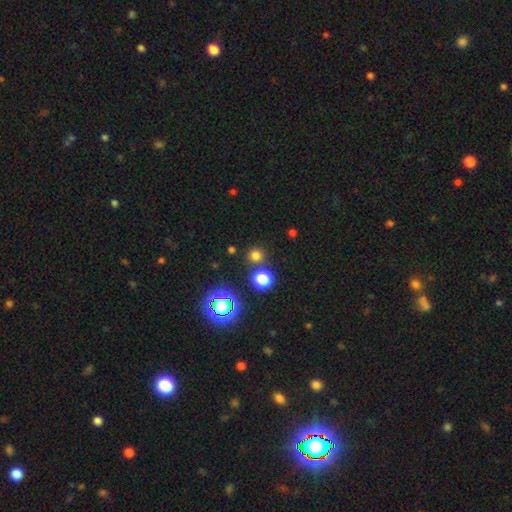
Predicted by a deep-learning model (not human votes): smooth-or-featured: smooth: 69% | star or artifact: 26% | featured or disk: 5%
  how-rounded: round: 93% | in between: 6% | cigar-shaped: 1%
  merging: none: 78% | merger: 12% | minor disturbance: 6% | major disturbance: 3%